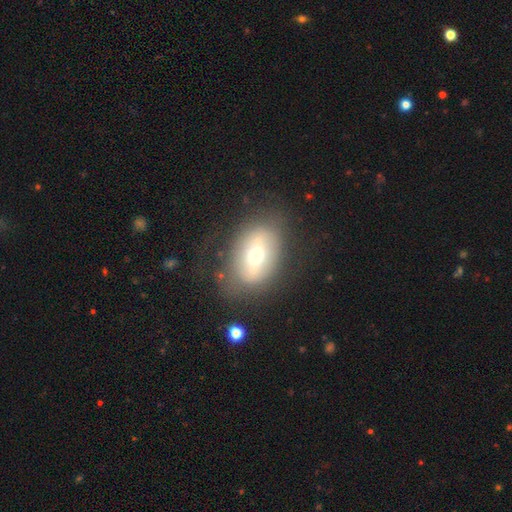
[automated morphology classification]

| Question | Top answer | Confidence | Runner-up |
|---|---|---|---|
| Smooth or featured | smooth | 50% | featured or disk (41%) |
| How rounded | in between | 77% | round (22%) |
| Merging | none | 66% | minor disturbance (19%) |